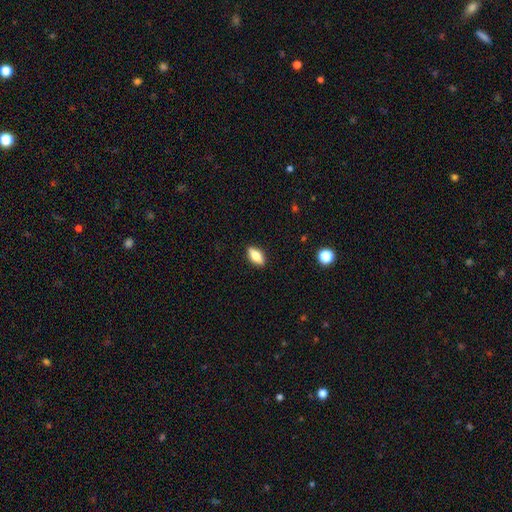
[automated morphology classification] This is likely a smooth galaxy (72%). How rounded: clearly in between (82%). Merging: clearly none (89%).